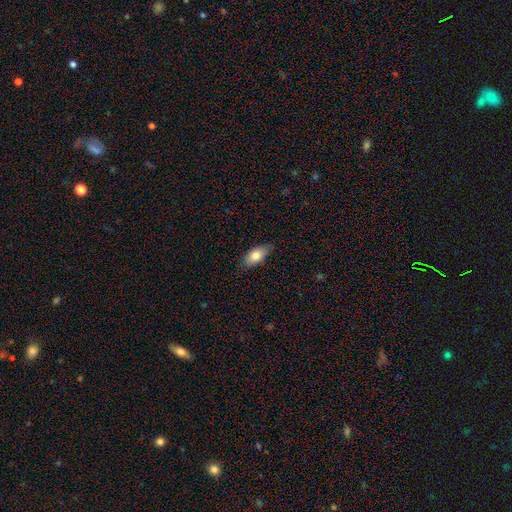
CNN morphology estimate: Smooth or featured? Predicted: smooth (p=0.78). How rounded? Predicted: in between (p=0.87). Merging? Predicted: none (p=0.82).